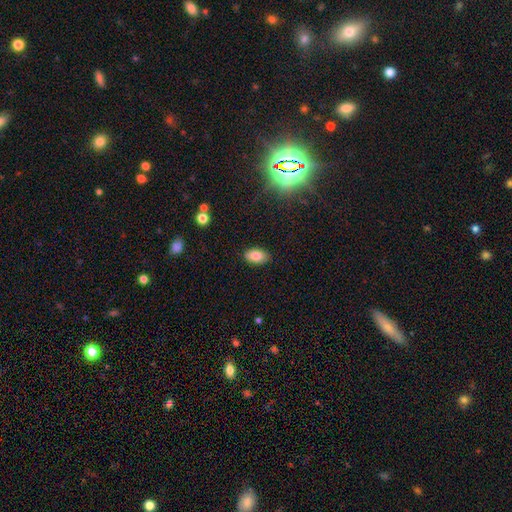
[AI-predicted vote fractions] This is clearly a smooth galaxy (85%). How rounded: clearly in between (92%). Merging: clearly none (86%).